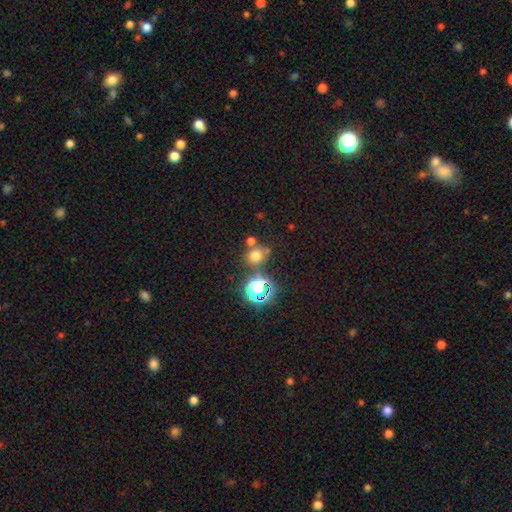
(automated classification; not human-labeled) Morphology: type=smooth (66%); roundness=round (75%); merging=none (65%).